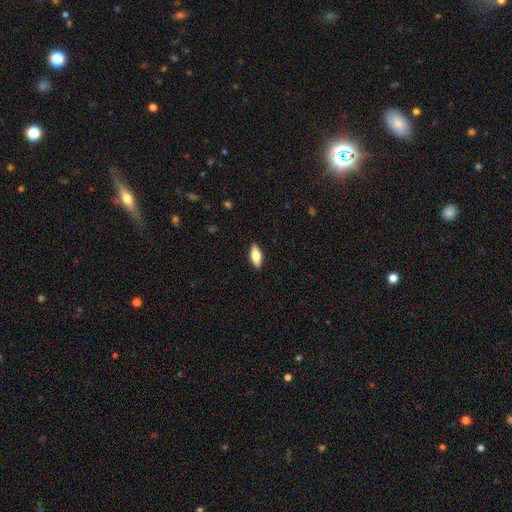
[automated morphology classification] The model was most divided on "smooth or featured": smooth: 68%, featured or disk: 25%, star or artifact: 7%. More confident: merging — none (89%); how rounded — in between (75%).